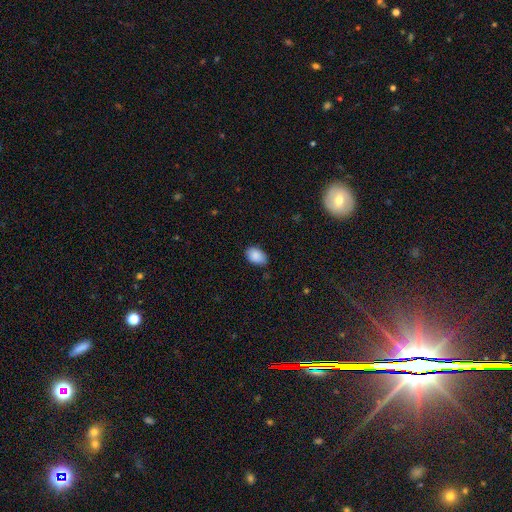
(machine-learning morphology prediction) type=smooth (89%); roundness=in between (88%); merging=none (77%).